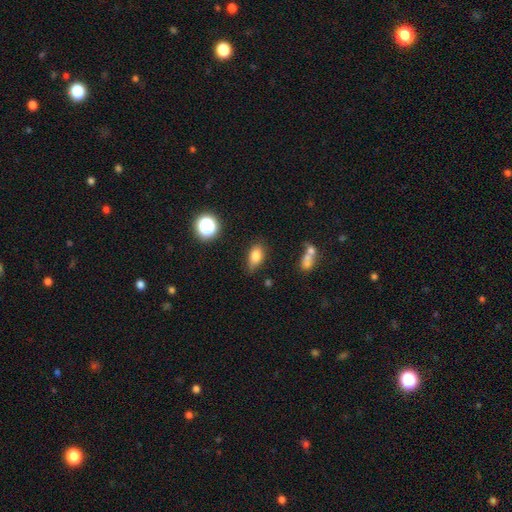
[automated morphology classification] Smooth or featured? smooth (79%)
How rounded? in between (84%)
Merging? none (71%)